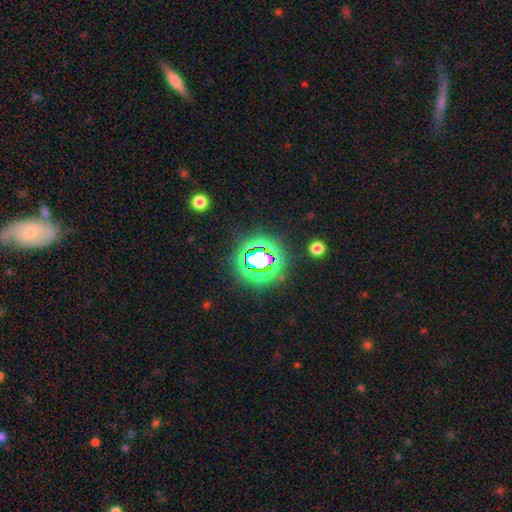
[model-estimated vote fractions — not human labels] smooth_or_featured: star or artifact (p=0.70) [alt: smooth p=0.19]